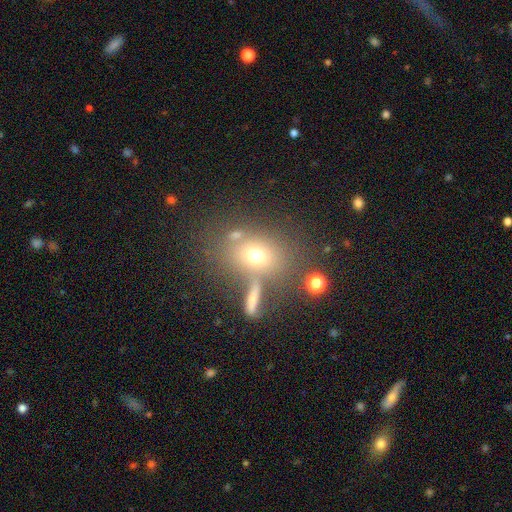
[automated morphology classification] smooth-or-featured: smooth: 67% | featured or disk: 17% | star or artifact: 16%
  how-rounded: in between: 49% (tied) | round: 49% (tied) | cigar-shaped: 2%
  merging: none: 63% | merger: 16% | minor disturbance: 13% | major disturbance: 8%